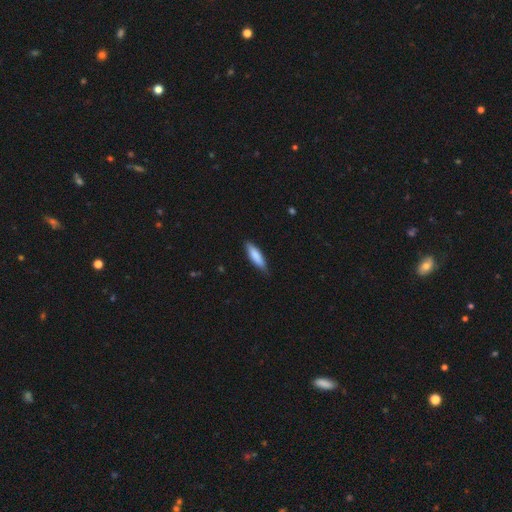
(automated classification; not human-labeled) smooth_or_featured: smooth (p=0.82) [alt: featured or disk p=0.12]
how_rounded: cigar-shaped (p=0.63) [alt: in between p=0.36]
merging: none (p=0.80) [alt: minor disturbance p=0.16]